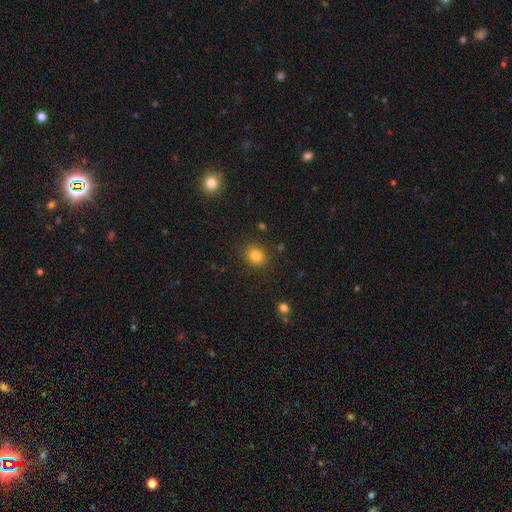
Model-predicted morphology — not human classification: type=smooth (82%); roundness=round (62%); merging=none (87%).